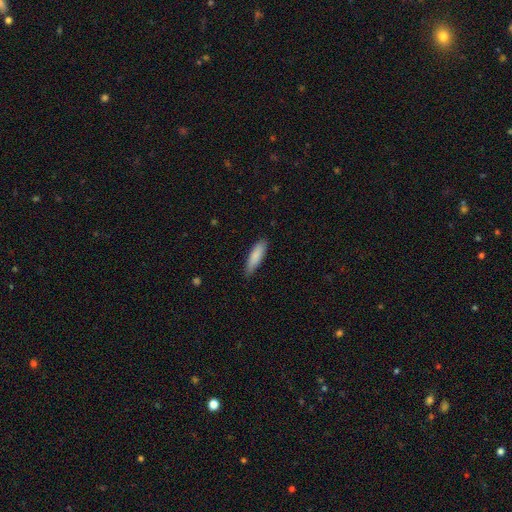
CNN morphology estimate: Smooth or featured?
  - smooth: 84% *
  - featured or disk: 10%
  - star or artifact: 5%
How rounded?
  - cigar-shaped: 62% *
  - in between: 37%
  - round: 1%
Merging?
  - none: 79% *
  - minor disturbance: 18%
  - major disturbance: 2%
  - merger: 1%